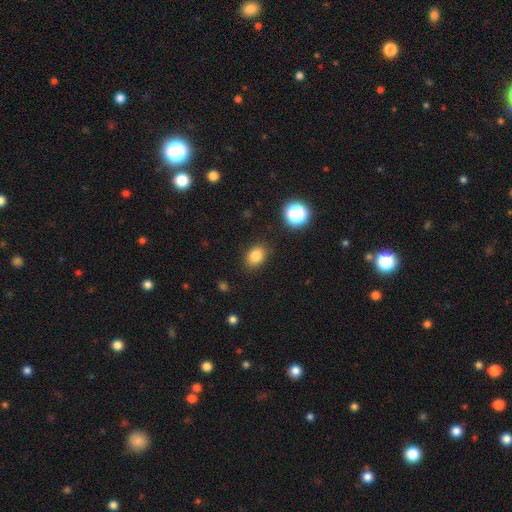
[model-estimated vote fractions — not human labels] This is clearly a smooth galaxy (82%). How rounded: likely in between (65%). Merging: clearly none (86%).